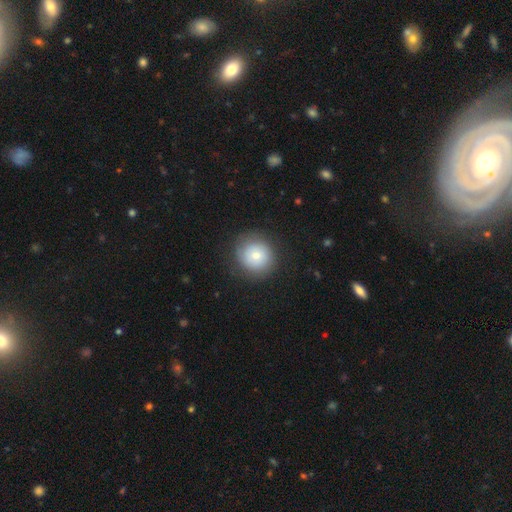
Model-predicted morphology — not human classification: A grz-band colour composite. It shows a smooth galaxy with no disk features (74%) that is round (91%). Merging: none (82%).